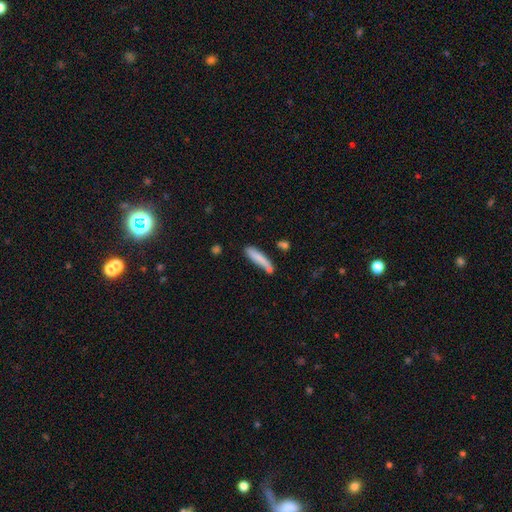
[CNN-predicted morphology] Q: Smooth or featured?
A: smooth (80%); runner-up: featured or disk (12%)
Q: How rounded?
A: cigar-shaped (86%); runner-up: in between (12%)
Q: Merging?
A: none (70%); runner-up: minor disturbance (18%)